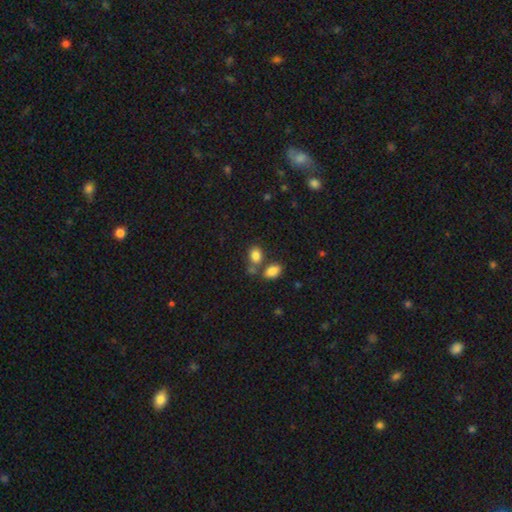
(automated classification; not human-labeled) Smooth or featured? smooth (84%)
How rounded? in between (75%)
Merging? none (54%)